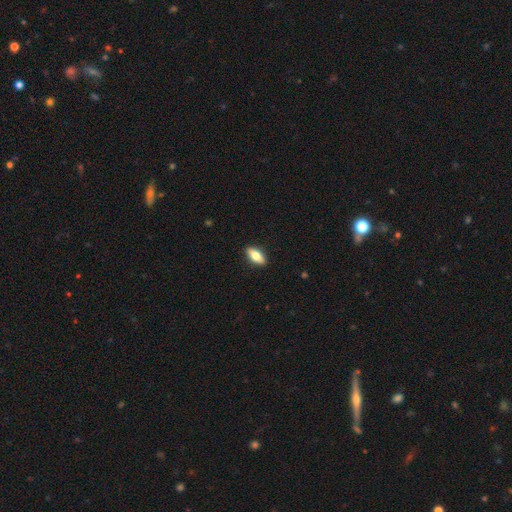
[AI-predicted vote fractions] A smooth galaxy with no disk features (64%) that is in between round and cigar-shaped (79%).

Vote fractions:
- Smooth or featured? smooth: 64% / featured or disk: 29% / star or artifact: 7%
- How rounded? in between: 79% / cigar-shaped: 18% / round: 4%
- Merging? none: 89% / minor disturbance: 8% / major disturbance: 2% / merger: 1%